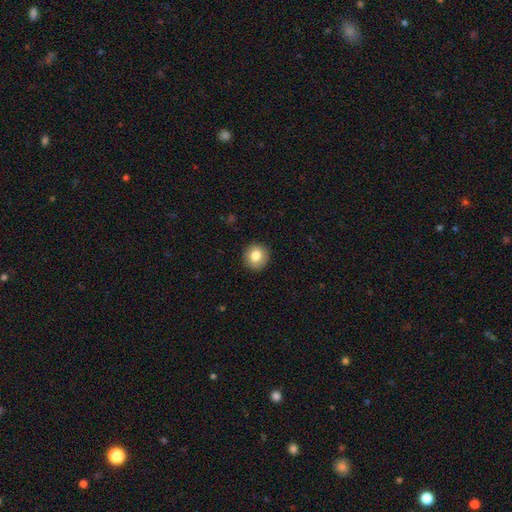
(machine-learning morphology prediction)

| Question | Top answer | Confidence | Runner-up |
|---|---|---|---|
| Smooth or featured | smooth | 81% | featured or disk (10%) |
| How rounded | round | 92% | in between (7%) |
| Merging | none | 92% | minor disturbance (6%) |